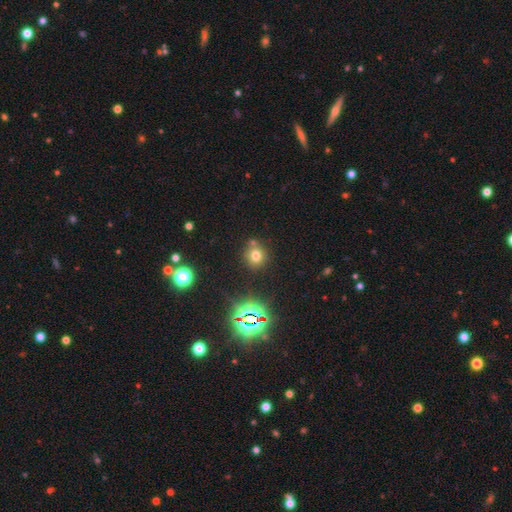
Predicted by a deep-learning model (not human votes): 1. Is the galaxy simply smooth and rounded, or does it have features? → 67% smooth, 24% star or artifact, 9% featured or disk.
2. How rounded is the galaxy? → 84% round, 15% in between, 1% cigar-shaped.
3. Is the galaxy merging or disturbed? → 72% none, 15% merger, 10% minor disturbance, 3% major disturbance.